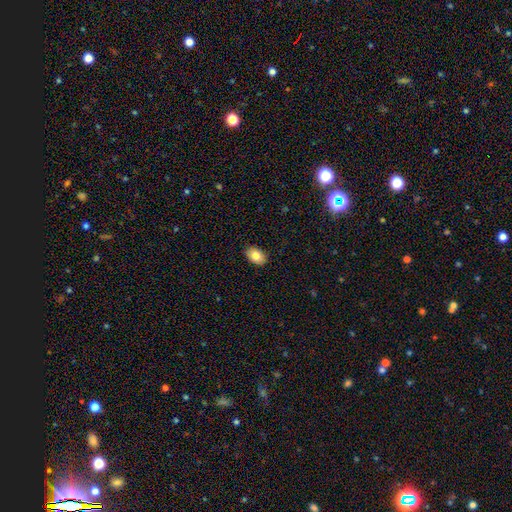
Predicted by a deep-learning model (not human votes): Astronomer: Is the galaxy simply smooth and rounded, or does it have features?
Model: smooth — 82%.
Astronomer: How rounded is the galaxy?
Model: in between — 86%.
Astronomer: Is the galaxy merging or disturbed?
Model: none — 89%.